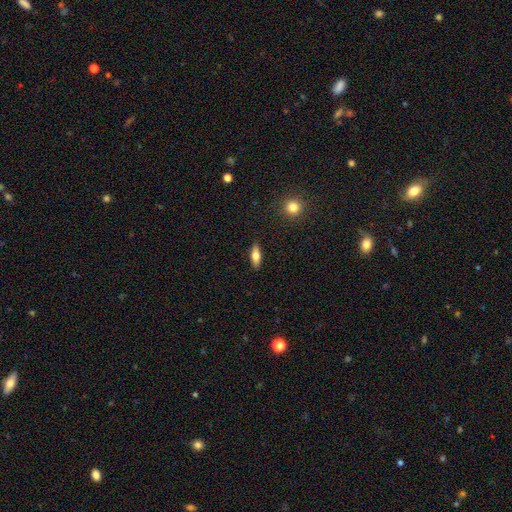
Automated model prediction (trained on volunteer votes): smooth_or_featured: smooth (p=0.66) [alt: featured or disk p=0.27]
how_rounded: in between (p=0.61) [alt: cigar-shaped p=0.36]
merging: none (p=0.89) [alt: minor disturbance p=0.08]